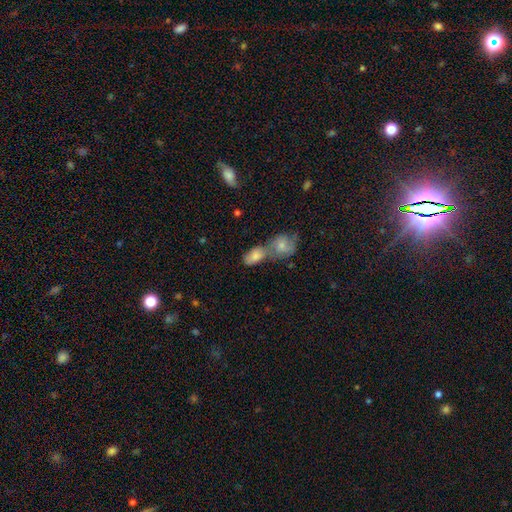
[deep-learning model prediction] Q: Smooth or featured?
A: smooth (70%); runner-up: featured or disk (22%)
Q: How rounded?
A: in between (85%); runner-up: round (11%)
Q: Merging?
A: merger (69%); runner-up: none (19%)